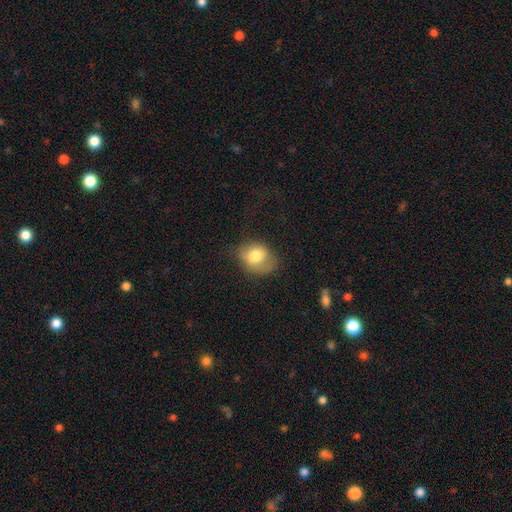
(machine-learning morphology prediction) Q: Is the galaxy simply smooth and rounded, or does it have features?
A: smooth — 75%.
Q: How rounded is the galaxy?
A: in between — 51%.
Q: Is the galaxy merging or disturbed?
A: none — 55%.